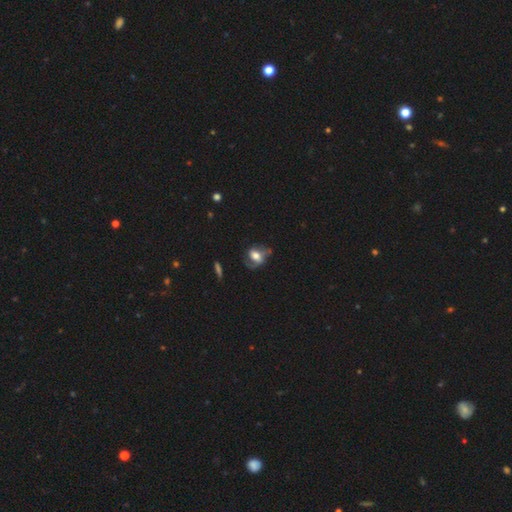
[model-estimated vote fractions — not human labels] Smooth or featured? Predicted: featured or disk (p=0.48). Merging? Predicted: none (p=0.48).